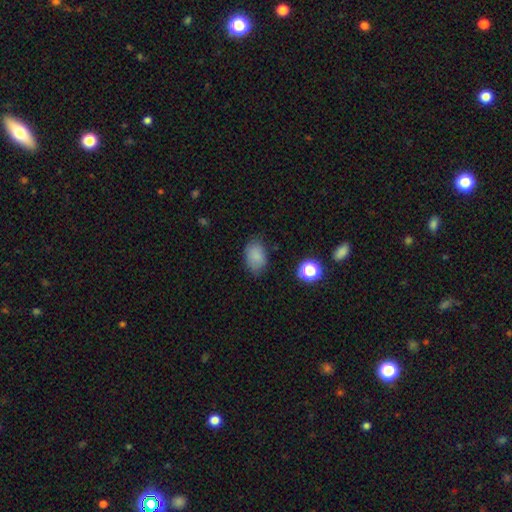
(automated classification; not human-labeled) smooth 82%, star or artifact 11%, featured or disk 7%. Down the decision tree: how rounded — in between (82%); merging — none (75%).